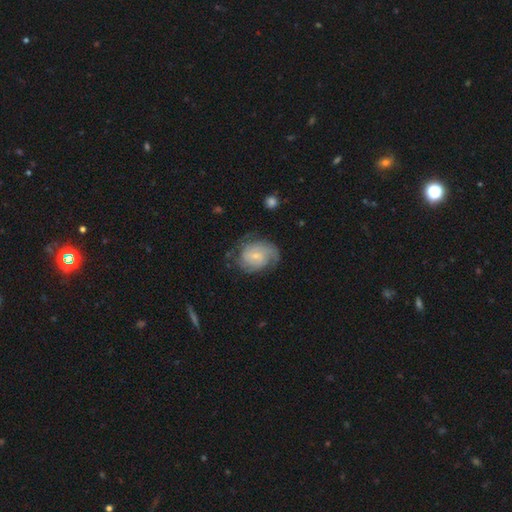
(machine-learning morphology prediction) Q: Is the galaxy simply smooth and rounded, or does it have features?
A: featured or disk — 72%.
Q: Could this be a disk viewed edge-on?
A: no — 97%.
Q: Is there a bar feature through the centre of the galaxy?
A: no — 59%.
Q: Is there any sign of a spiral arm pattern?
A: yes — 92%.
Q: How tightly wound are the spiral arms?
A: tight — 53%.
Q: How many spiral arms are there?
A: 2 — 35%.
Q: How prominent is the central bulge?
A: small — 71%.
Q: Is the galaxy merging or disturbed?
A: none — 62%.